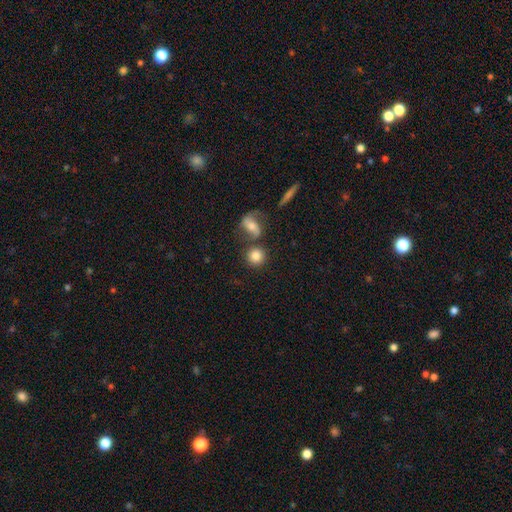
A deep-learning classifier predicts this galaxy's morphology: Smooth or featured?
  - smooth: 81% *
  - featured or disk: 11%
  - star or artifact: 8%
How rounded?
  - round: 89% *
  - in between: 10%
  - cigar-shaped: 1%
Merging?
  - none: 63% *
  - merger: 23%
  - minor disturbance: 10%
  - major disturbance: 5%